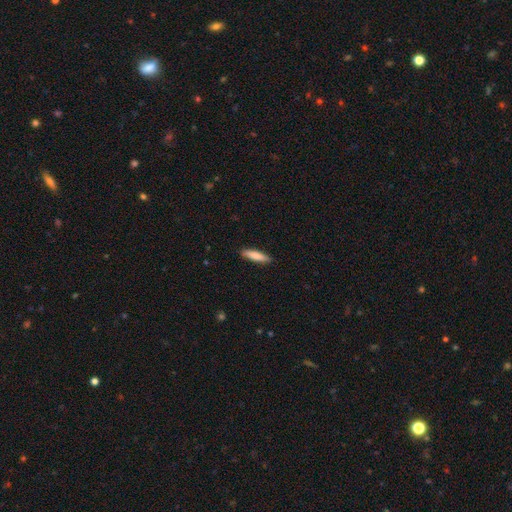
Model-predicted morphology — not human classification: smooth_or_featured: smooth (p=0.79) [alt: featured or disk p=0.15]
how_rounded: cigar-shaped (p=0.79) [alt: in between p=0.20]
merging: none (p=0.90) [alt: minor disturbance p=0.07]